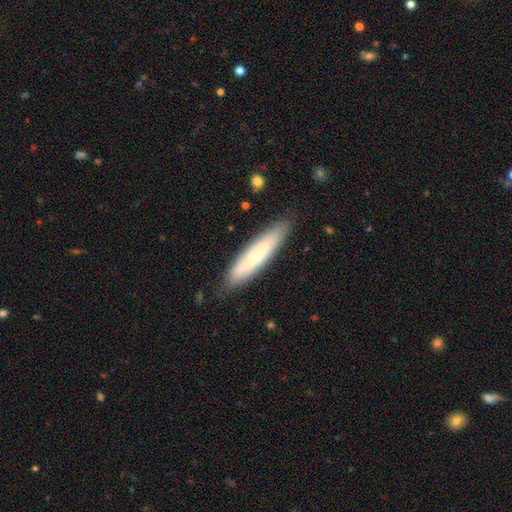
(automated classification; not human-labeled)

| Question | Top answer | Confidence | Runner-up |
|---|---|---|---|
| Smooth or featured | smooth | 61% | featured or disk (33%) |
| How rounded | cigar-shaped | 81% | in between (18%) |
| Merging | none | 84% | minor disturbance (13%) |